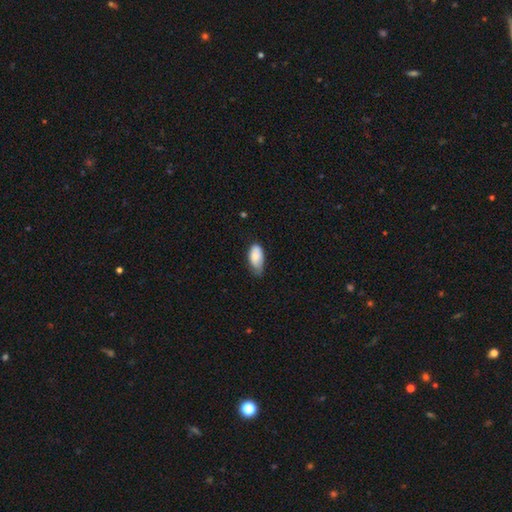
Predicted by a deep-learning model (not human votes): smooth-or-featured: smooth: 83% | featured or disk: 10% | star or artifact: 6%
  how-rounded: in between: 93% | cigar-shaped: 4% | round: 3%
  merging: minor disturbance: 45% | none: 44% | major disturbance: 9% | merger: 2%